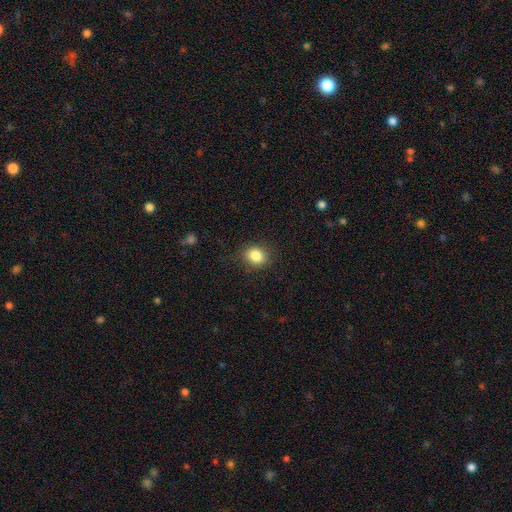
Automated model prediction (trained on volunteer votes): Overall: smooth (85%). How rounded: round (66%; in between 34%). Merging: none (86%).